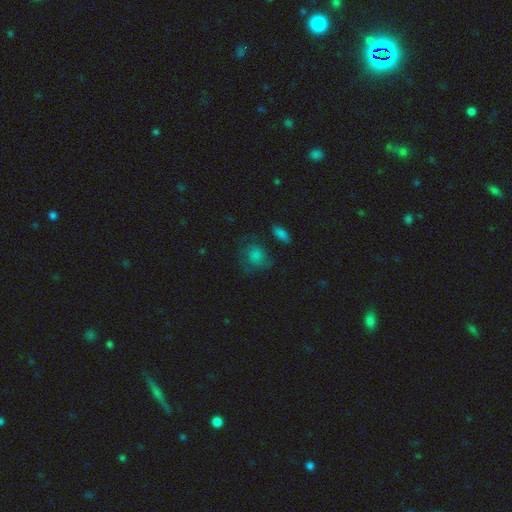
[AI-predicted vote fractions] The model was most divided on "merging": none: 53%, minor disturbance: 24%, major disturbance: 18%, merger: 4%. More confident: smooth or featured — smooth (69%); how rounded — round (65%).